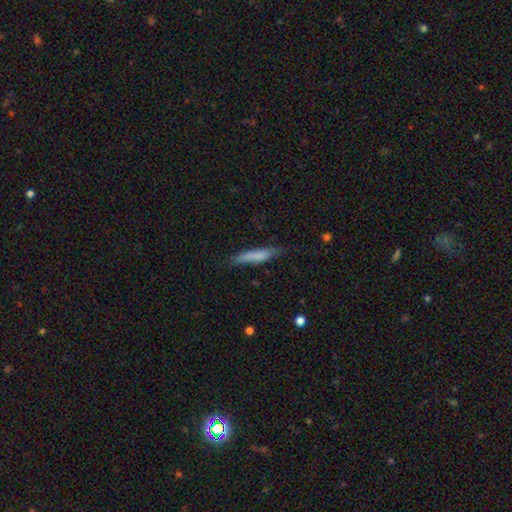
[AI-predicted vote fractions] smooth-or-featured: smooth: 72% | featured or disk: 22% | star or artifact: 6%
  how-rounded: cigar-shaped: 89% | in between: 10% | round: 1%
  merging: none: 77% | minor disturbance: 18% | major disturbance: 4% | merger: 2%